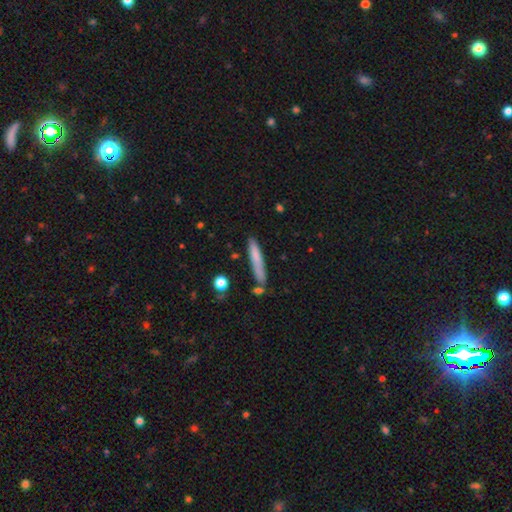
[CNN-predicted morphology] This is likely a smooth galaxy (75%). How rounded: clearly cigar-shaped (90%). Merging: likely none (72%).